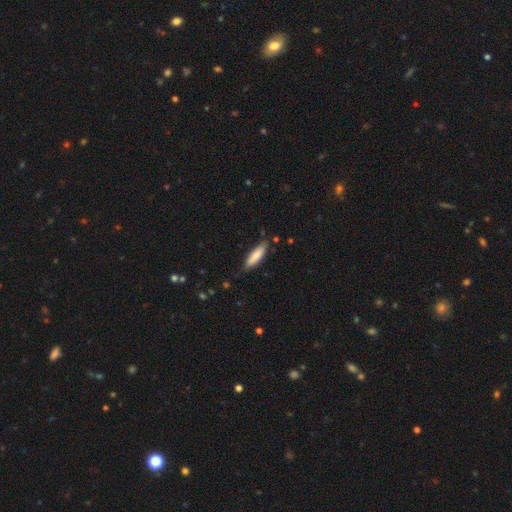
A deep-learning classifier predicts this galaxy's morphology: A smooth galaxy with no disk features (81%) that is cigar-shaped (62%).

Vote fractions:
- Smooth or featured? smooth: 81% / featured or disk: 13% / star or artifact: 6%
- How rounded? cigar-shaped: 62% / in between: 36% / round: 1%
- Merging? none: 80% / minor disturbance: 16% / major disturbance: 3% / merger: 2%